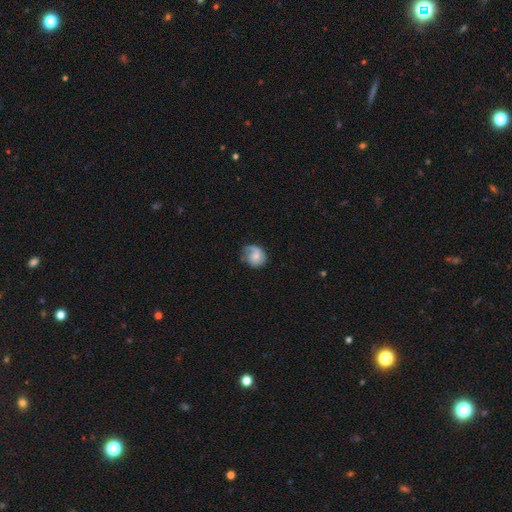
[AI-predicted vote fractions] Overall: featured or disk (48%; smooth 45%). Merging: none (48%; minor disturbance 30%).